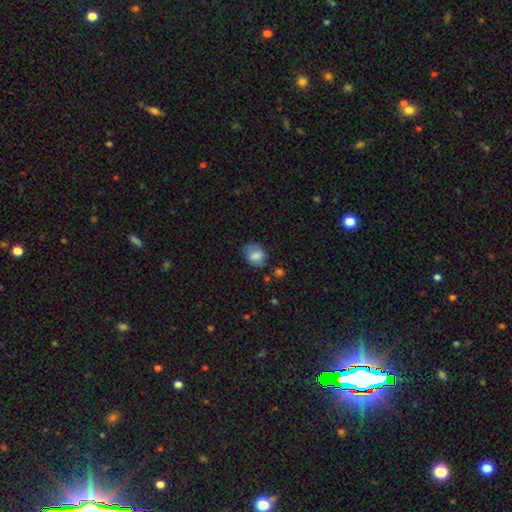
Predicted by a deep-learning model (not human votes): A smooth galaxy with no disk features (77%) that is in between round and cigar-shaped (56%).

Vote fractions:
- Smooth or featured? smooth: 77% / featured or disk: 14% / star or artifact: 8%
- How rounded? in between: 56% / round: 43% / cigar-shaped: 1%
- Merging? none: 65% / minor disturbance: 25% / major disturbance: 7% / merger: 3%